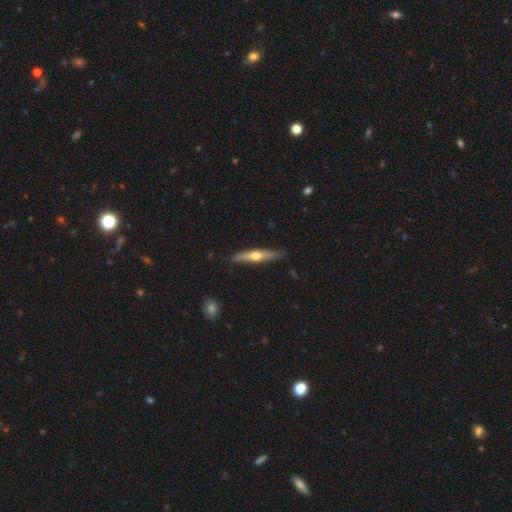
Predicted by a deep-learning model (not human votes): This appears to be a featured or disk galaxy (56%) viewed edge-on (94%) with a rounded central bulge (91%). Merging: none (85%).